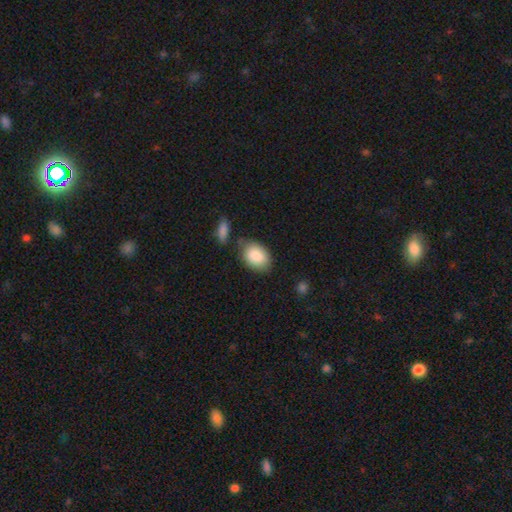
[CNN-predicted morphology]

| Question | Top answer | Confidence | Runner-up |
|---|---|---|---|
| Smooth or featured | smooth | 87% | featured or disk (7%) |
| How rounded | in between | 84% | round (15%) |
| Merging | none | 69% | minor disturbance (17%) |